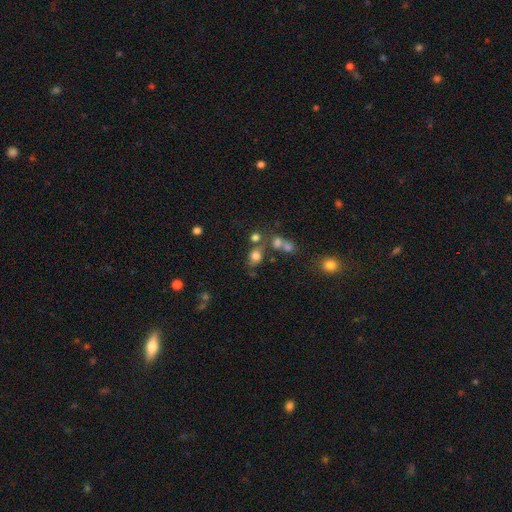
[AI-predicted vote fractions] smooth 73%, star or artifact 15%, featured or disk 12%. Down the decision tree: how rounded — in between (52%); merging — none (54%).